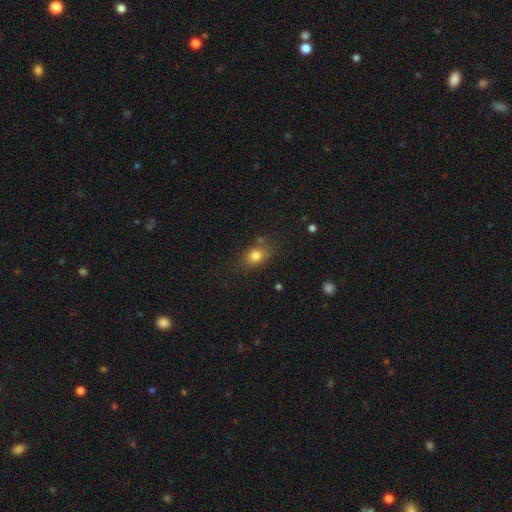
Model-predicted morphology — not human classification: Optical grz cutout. It shows a smooth galaxy with no disk features (80%) that is in between round and cigar-shaped (64%). Merging: none (73%).